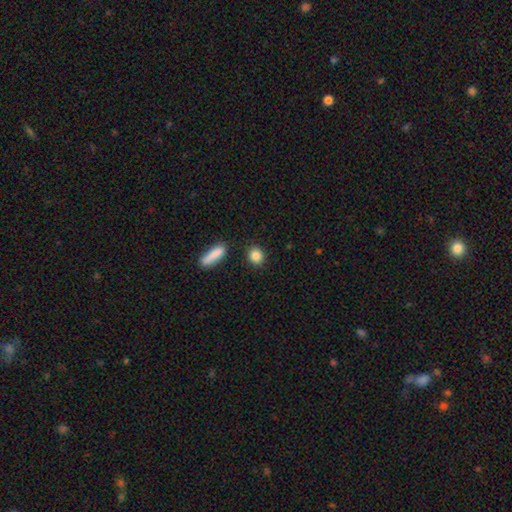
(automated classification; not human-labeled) Smooth or featured?
  - smooth: 87% *
  - star or artifact: 8%
  - featured or disk: 5%
How rounded?
  - round: 70% *
  - in between: 26%
  - cigar-shaped: 4%
Merging?
  - none: 86% *
  - minor disturbance: 8%
  - merger: 4%
  - major disturbance: 2%